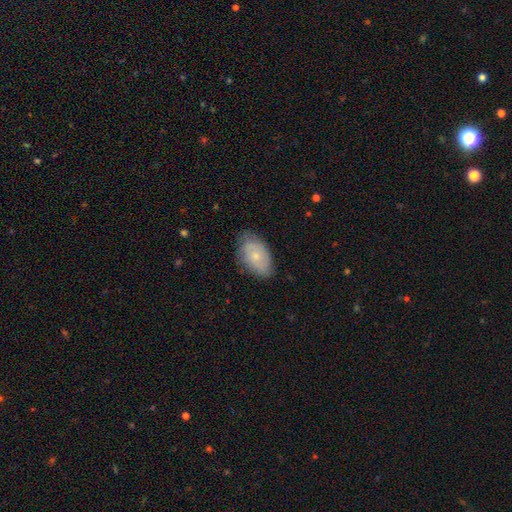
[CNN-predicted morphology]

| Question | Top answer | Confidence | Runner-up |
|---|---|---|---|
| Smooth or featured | smooth | 55% | featured or disk (38%) |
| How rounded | in between | 91% | round (8%) |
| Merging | none | 70% | minor disturbance (24%) |